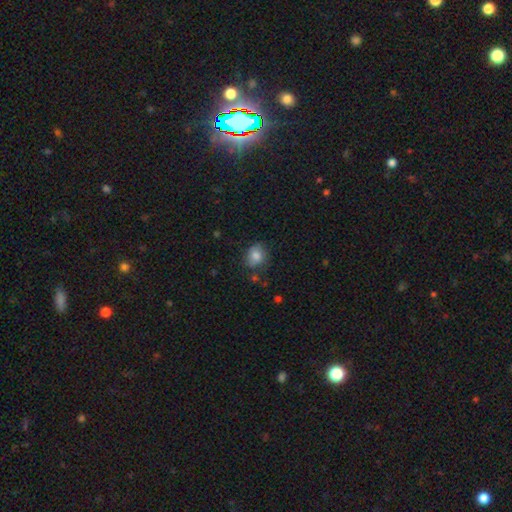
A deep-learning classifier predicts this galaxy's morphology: Smooth or featured?
  - smooth: 78% *
  - featured or disk: 12%
  - star or artifact: 9%
How rounded?
  - round: 59% *
  - in between: 40%
  - cigar-shaped: 1%
Merging?
  - none: 68% *
  - minor disturbance: 23%
  - major disturbance: 7%
  - merger: 3%